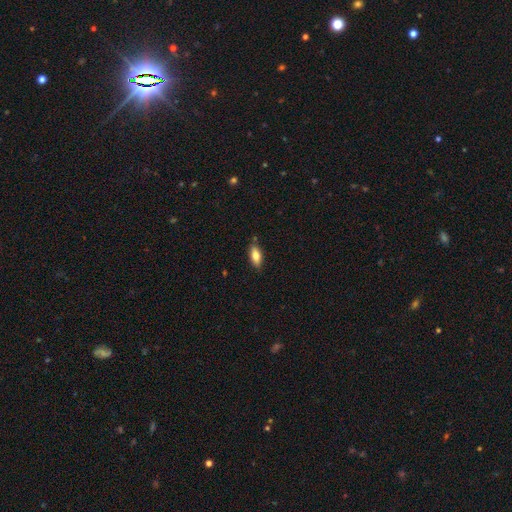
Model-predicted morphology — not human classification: This is likely a smooth galaxy (77%). How rounded: likely in between (78%). Merging: clearly none (82%).